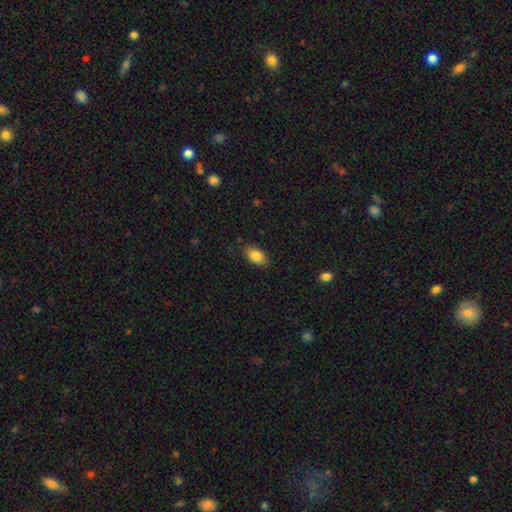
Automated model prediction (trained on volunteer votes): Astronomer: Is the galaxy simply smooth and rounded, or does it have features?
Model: smooth — 84%.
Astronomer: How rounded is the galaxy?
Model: in between — 88%.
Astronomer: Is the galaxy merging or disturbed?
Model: none — 82%.